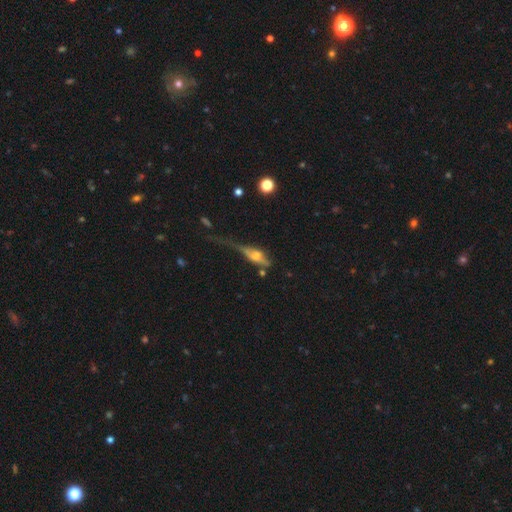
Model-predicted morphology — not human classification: smooth_or_featured: featured or disk (p=0.54) [alt: smooth p=0.37]
disk_edge_on: yes (p=0.78) [alt: no p=0.22]
merging: major disturbance (p=0.35) [alt: none p=0.31]